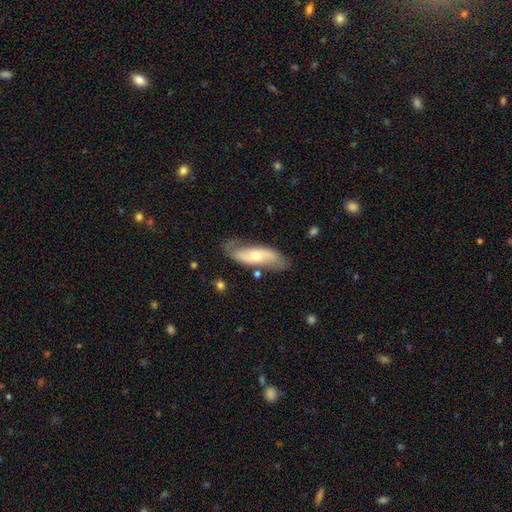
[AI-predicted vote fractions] Smooth or featured? featured or disk (54%)
Edge-on disk? no (80%)
Merging? none (67%)